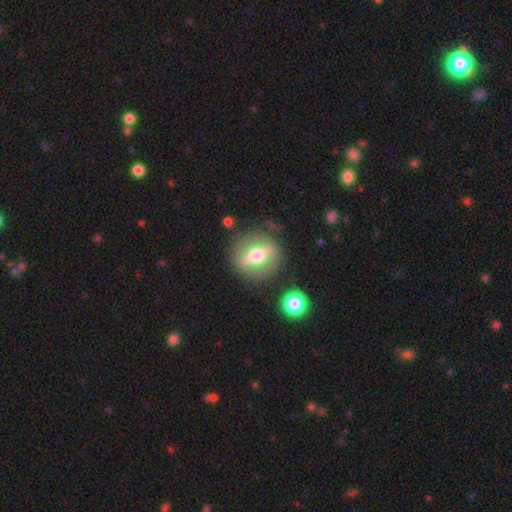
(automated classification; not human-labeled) smooth-or-featured: featured or disk: 62% | smooth: 31% | star or artifact: 7%
  disk-edge-on: no: 66% | yes: 34%
  merging: none: 82% | minor disturbance: 10% | major disturbance: 5% | merger: 2%